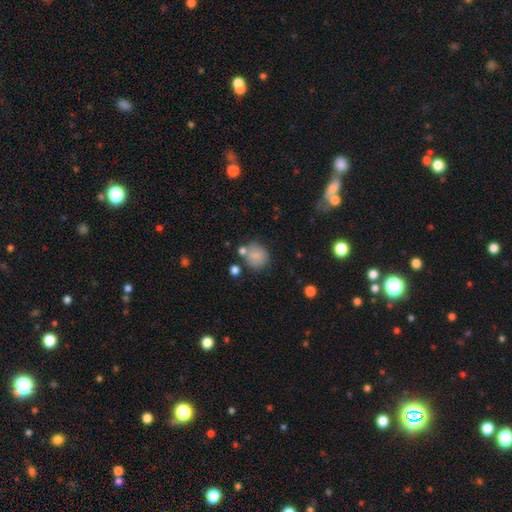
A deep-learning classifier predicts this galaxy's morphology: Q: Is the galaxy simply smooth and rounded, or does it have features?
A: smooth — 80%.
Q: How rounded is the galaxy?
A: round — 81%.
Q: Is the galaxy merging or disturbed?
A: none — 62%.